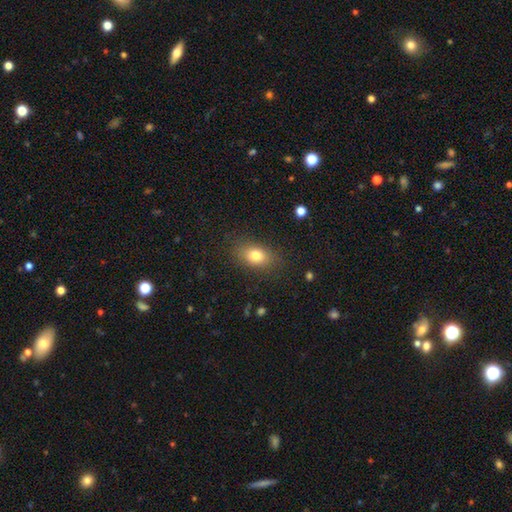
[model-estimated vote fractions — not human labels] Q: Smooth or featured?
A: smooth (79%); runner-up: featured or disk (11%)
Q: How rounded?
A: in between (79%); runner-up: round (19%)
Q: Merging?
A: none (84%); runner-up: minor disturbance (11%)